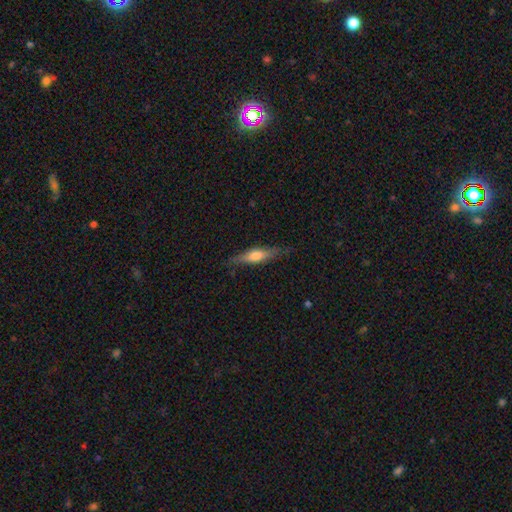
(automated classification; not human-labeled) Smooth or featured? featured or disk (47%)
Merging? none (81%)